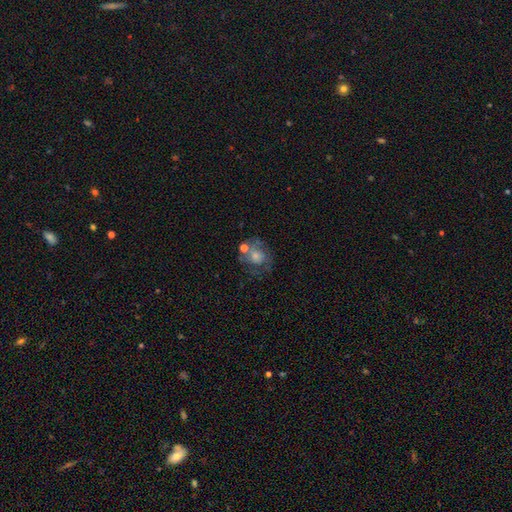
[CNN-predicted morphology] Smooth or featured: smooth — 50% (featured or disk — 40%)
Merging: none — 44% (minor disturbance — 21%)